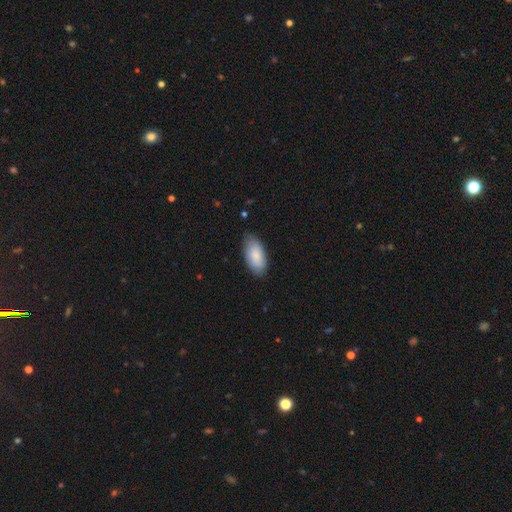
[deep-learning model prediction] Smooth or featured? Predicted: smooth (p=0.85). How rounded? Predicted: in between (p=0.93). Merging? Predicted: none (p=0.77).